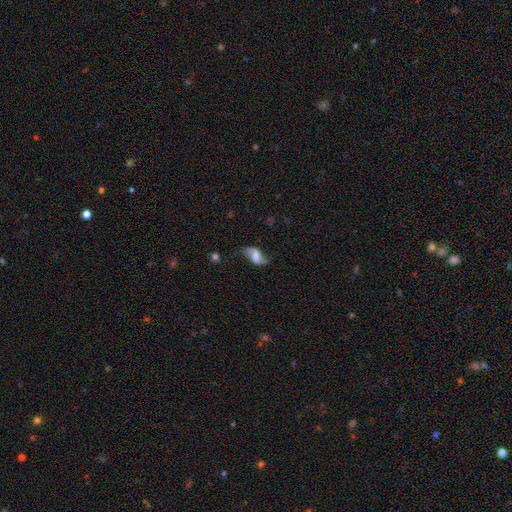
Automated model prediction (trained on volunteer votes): A featured or disk galaxy (75%) with a weak bar (46%), 2 (92%) loose (83%) spiral arms (93%) and a moderate central bulge (31%).

Vote fractions:
- Smooth or featured? featured or disk: 75% / smooth: 17% / star or artifact: 8%
- Edge-on disk? no: 95% / yes: 5%
- Bar? weak: 46% / no: 28% / strong: 26%
- Spiral arms? yes: 93% / no: 7%
- Spiral winding? loose: 83% / medium: 13% / tight: 4%
- Spiral arm count? 2: 92% / 1: 3% / can't tell: 3% / 3: 1% / 4: 1% / more than 4: 1%
- Bulge size? moderate: 31% / small: 24% / none: 23% / large: 19% / dominant: 4%
- Merging? none: 70% / minor disturbance: 18% / major disturbance: 10% / merger: 3%